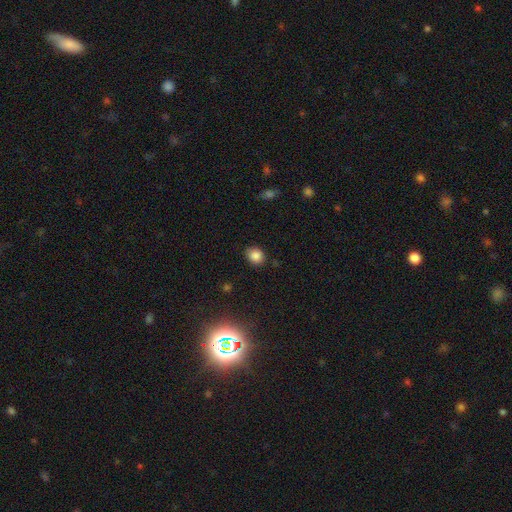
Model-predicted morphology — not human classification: The model was most divided on "how rounded": round: 62%, in between: 37%, cigar-shaped: 1%. More confident: smooth or featured — smooth (84%); merging — none (81%).